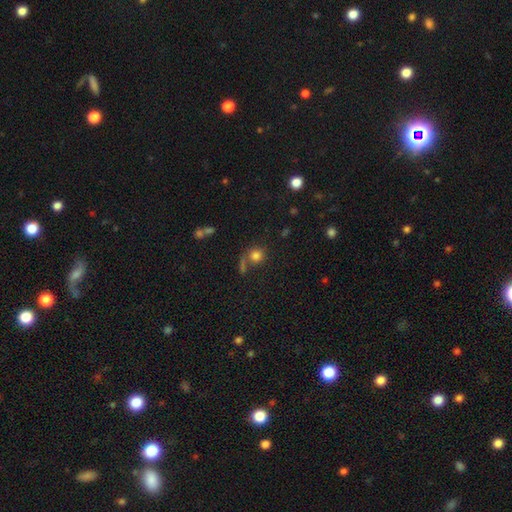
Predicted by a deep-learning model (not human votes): Morphology: type=smooth (79%); roundness=round (84%); merging=none (61%).